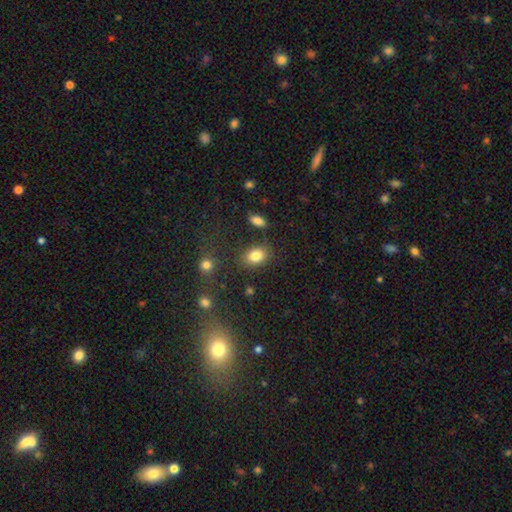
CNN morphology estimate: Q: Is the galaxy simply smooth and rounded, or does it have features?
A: smooth — 83%.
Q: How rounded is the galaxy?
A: in between — 75%.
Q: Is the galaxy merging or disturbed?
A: none — 78%.